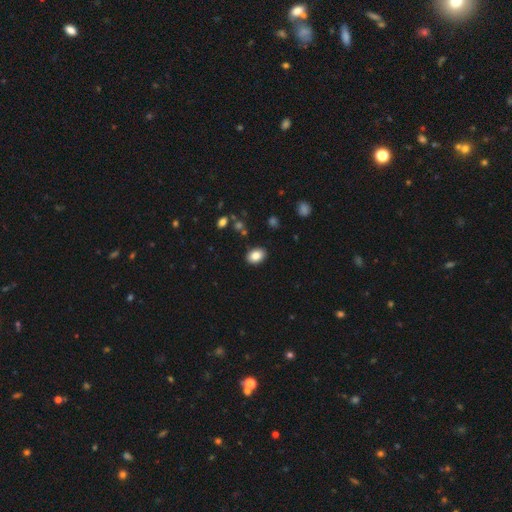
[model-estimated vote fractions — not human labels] Q: Smooth or featured?
A: smooth (85%); runner-up: star or artifact (8%)
Q: How rounded?
A: in between (78%); runner-up: round (21%)
Q: Merging?
A: none (89%); runner-up: minor disturbance (8%)